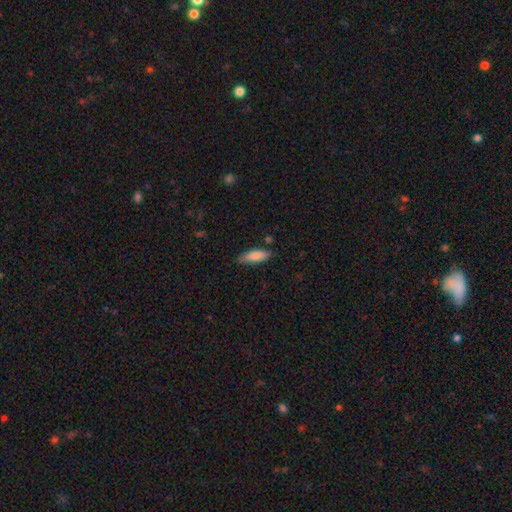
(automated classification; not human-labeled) Smooth or featured? smooth (83%)
How rounded? in between (57%)
Merging? none (78%)